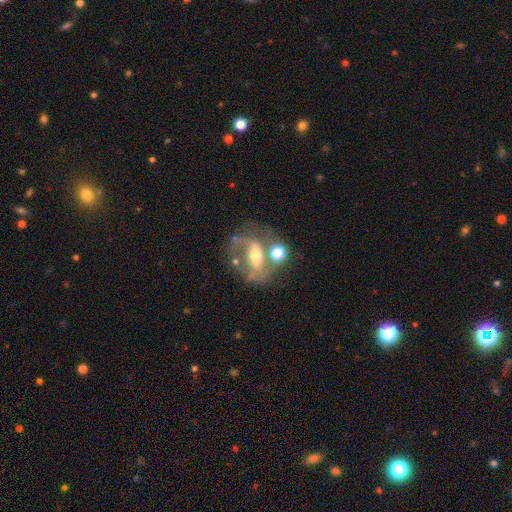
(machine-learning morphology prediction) A featured or disk galaxy (73%) with a strong bar (50%), spiral arms (72%) and a moderate central bulge (65%).

Vote fractions:
- Smooth or featured? featured or disk: 73% / smooth: 18% / star or artifact: 9%
- Edge-on disk? no: 94% / yes: 6%
- Bar? strong: 50% / weak: 31% / no: 19%
- Spiral arms? yes: 72% / no: 28%
- Bulge size? moderate: 65% / small: 25% / large: 8% / none: 2% / dominant: 1%
- Merging? none: 49% / merger: 21% / minor disturbance: 17% / major disturbance: 13%